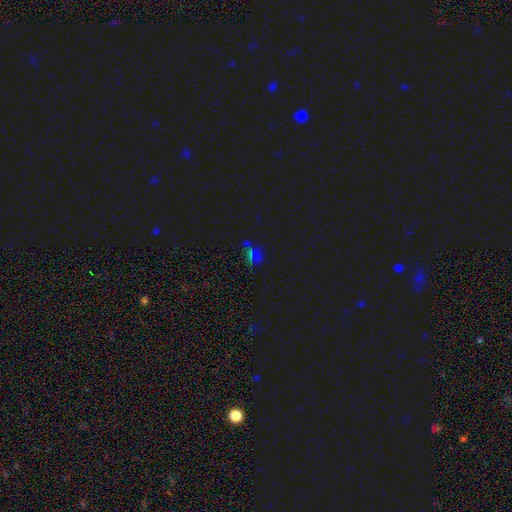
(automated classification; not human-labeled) smooth_or_featured: star or artifact (p=0.62) [alt: smooth p=0.29]